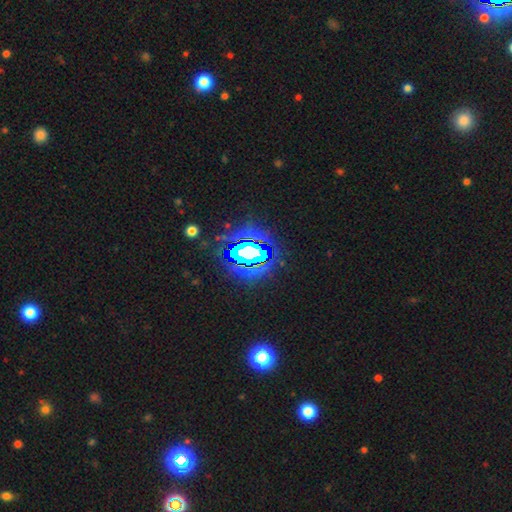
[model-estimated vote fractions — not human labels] Smooth or featured: star or artifact — 71% (smooth — 15%)